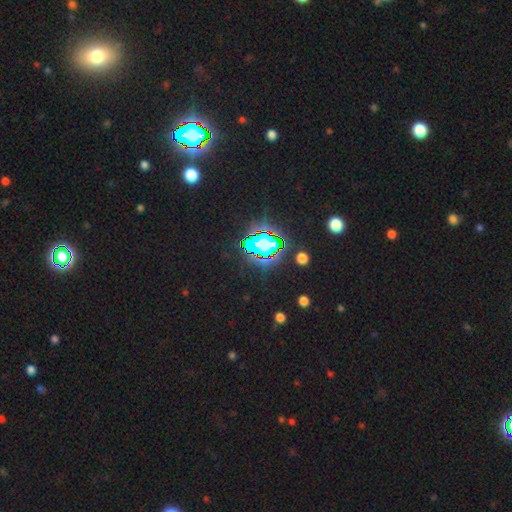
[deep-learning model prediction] Smooth or featured? Predicted: star or artifact (p=0.84).